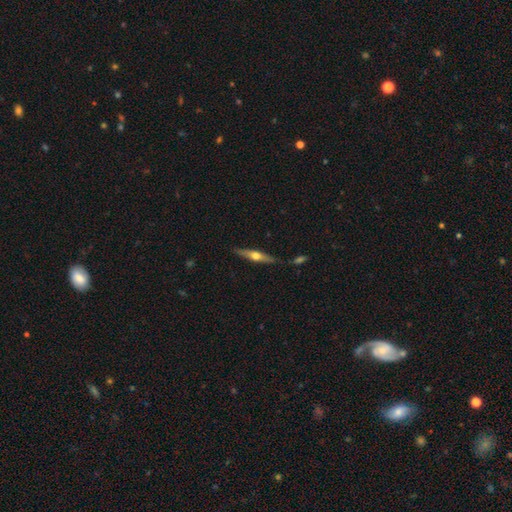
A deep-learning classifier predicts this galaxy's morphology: Q: Smooth or featured?
A: featured or disk (62%); runner-up: smooth (32%)
Q: Edge-on disk?
A: yes (95%); runner-up: no (5%)
Q: Edge-on bulge?
A: rounded (94%); runner-up: none (3%)
Q: Merging?
A: none (82%); runner-up: minor disturbance (12%)